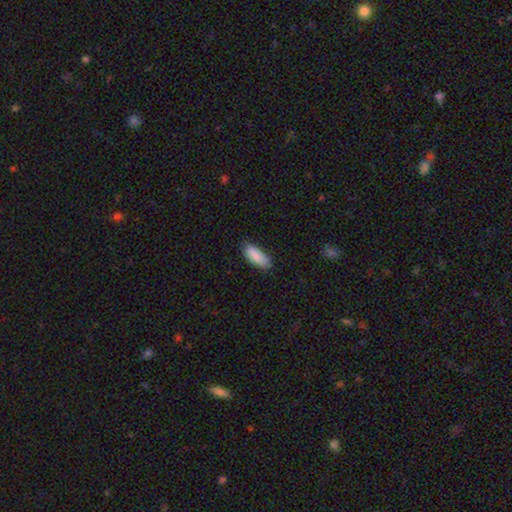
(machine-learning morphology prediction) A smooth galaxy with no disk features (89%) that is in between round and cigar-shaped (76%).

Vote fractions:
- Smooth or featured? smooth: 89% / star or artifact: 6% / featured or disk: 5%
- How rounded? in between: 76% / cigar-shaped: 22% / round: 2%
- Merging? none: 77% / minor disturbance: 18% / major disturbance: 3% / merger: 1%